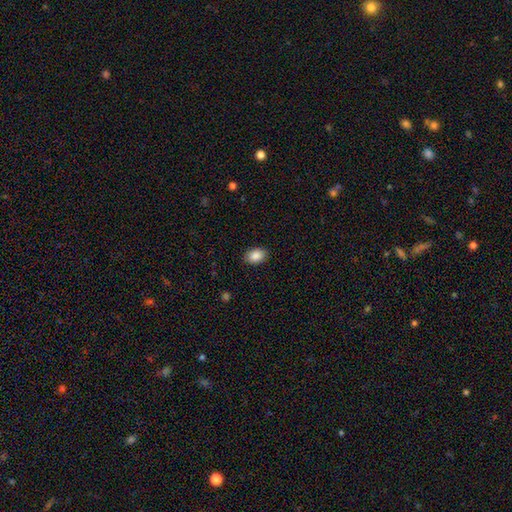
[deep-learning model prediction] A smooth galaxy with no disk features (88%) that is in between round and cigar-shaped (82%). Merging: none (87%).